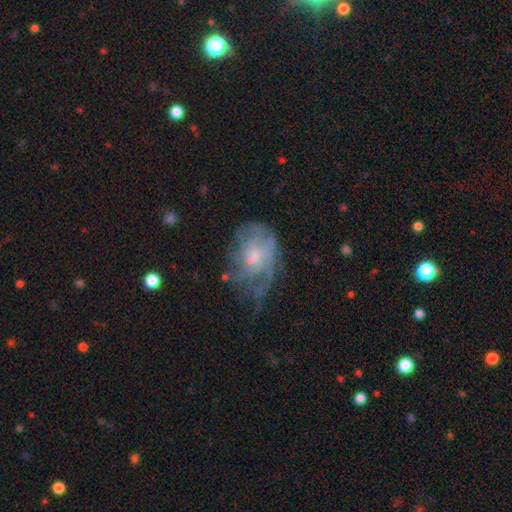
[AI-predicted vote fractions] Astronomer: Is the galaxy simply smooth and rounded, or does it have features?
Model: featured or disk — 68%.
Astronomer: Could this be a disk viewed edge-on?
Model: no — 97%.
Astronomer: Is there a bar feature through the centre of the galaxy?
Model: no — 70%.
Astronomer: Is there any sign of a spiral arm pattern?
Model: yes — 72%.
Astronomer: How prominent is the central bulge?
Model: small — 54% (runner-up: moderate, 31%).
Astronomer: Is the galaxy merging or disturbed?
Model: none — 36% (runner-up: major disturbance, 34%).